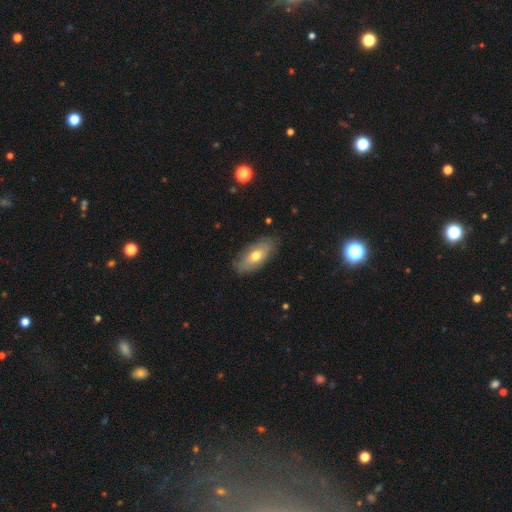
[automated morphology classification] smooth 58%, featured or disk 35%, star or artifact 7%. Down the decision tree: how rounded — in between (86%); merging — none (82%).